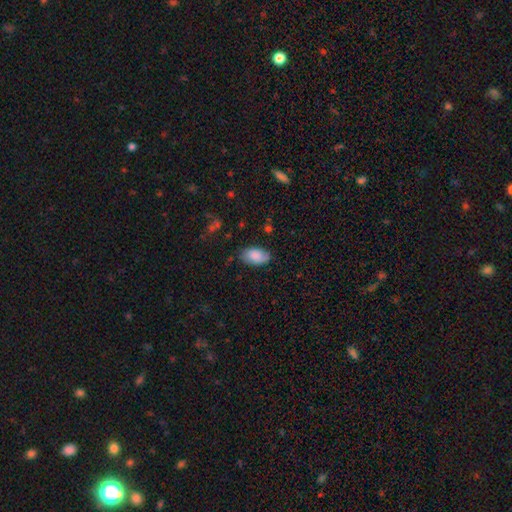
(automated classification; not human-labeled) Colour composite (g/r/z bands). It shows a smooth galaxy with no disk features (83%) that is in between round and cigar-shaped (94%). Merging: none (78%).